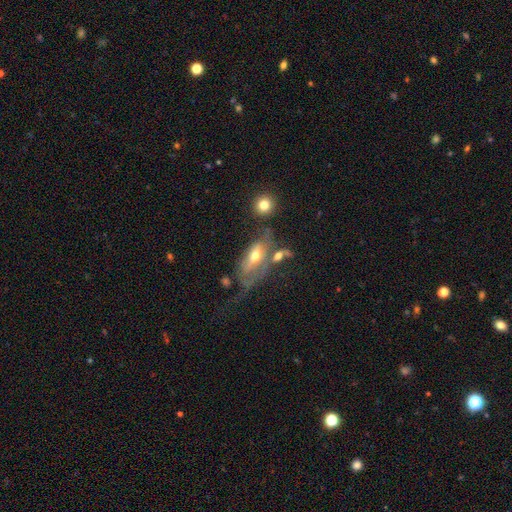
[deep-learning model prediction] Overall: featured or disk (52%; smooth 39%). Edge-on disk: no (80%). Merging: major disturbance (39%; merger 22%).